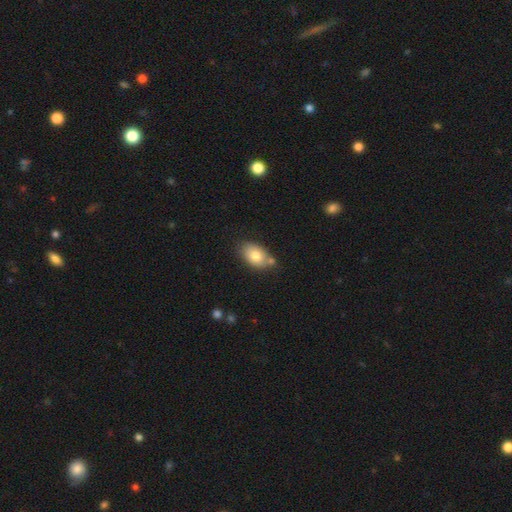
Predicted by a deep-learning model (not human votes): This appears to be a smooth galaxy with no disk features (80%) that is in between round and cigar-shaped (88%). Merging: none (64%).